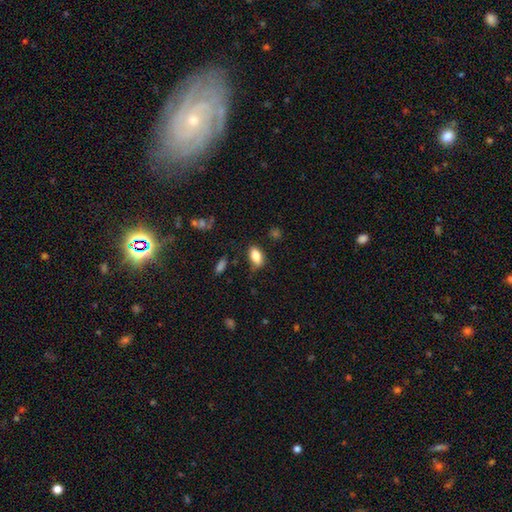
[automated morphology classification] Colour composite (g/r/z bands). It shows a smooth galaxy with no disk features (82%) that is in between round and cigar-shaped (89%). Merging: none (66%).